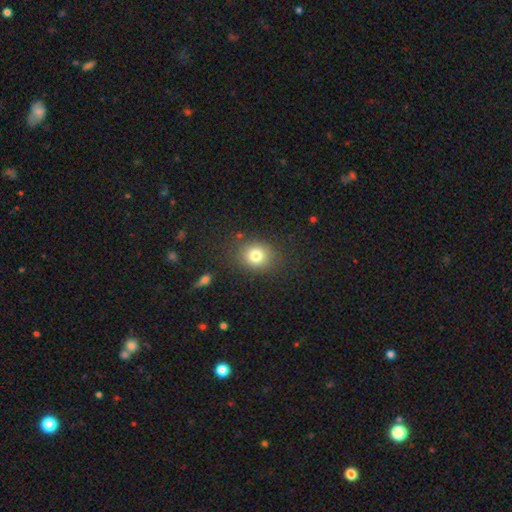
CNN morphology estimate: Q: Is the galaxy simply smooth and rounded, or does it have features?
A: smooth — 80%.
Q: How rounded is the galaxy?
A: round — 66%.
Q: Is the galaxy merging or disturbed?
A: none — 82%.